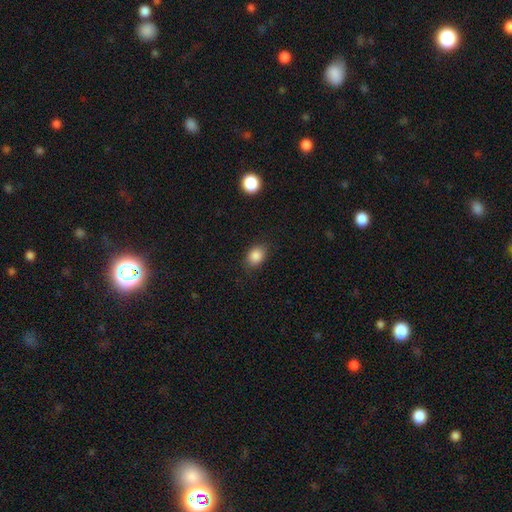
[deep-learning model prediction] Q: Smooth or featured?
A: smooth (86%); runner-up: star or artifact (9%)
Q: How rounded?
A: in between (63%); runner-up: round (36%)
Q: Merging?
A: none (83%); runner-up: minor disturbance (12%)